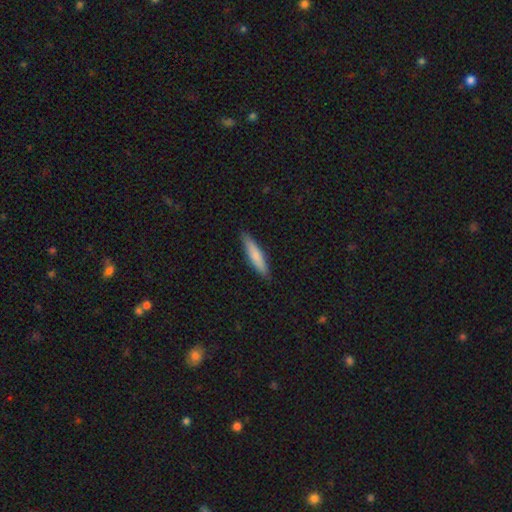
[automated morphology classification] A smooth galaxy with no disk features (76%) that is cigar-shaped (87%).

Vote fractions:
- Smooth or featured? smooth: 76% / featured or disk: 18% / star or artifact: 5%
- How rounded? cigar-shaped: 87% / in between: 12% / round: 1%
- Merging? none: 89% / minor disturbance: 8% / major disturbance: 2% / merger: 1%